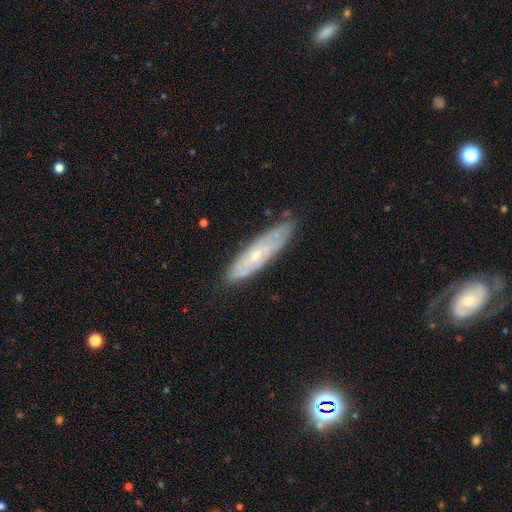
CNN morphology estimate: Smooth or featured? Predicted: featured or disk (p=0.64). Edge-on disk? Predicted: no (p=0.62). Merging? Predicted: none (p=0.78).